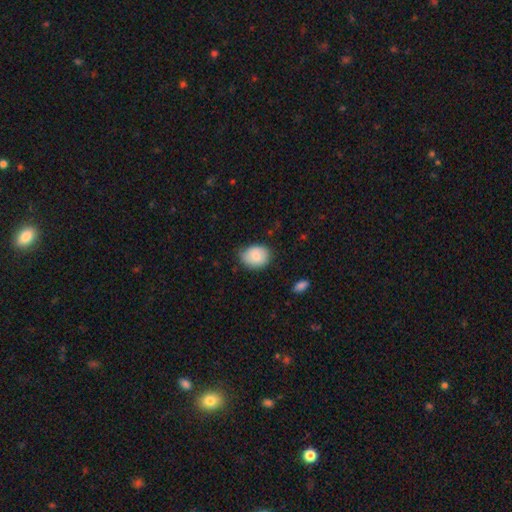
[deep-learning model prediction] A smooth galaxy with no disk features (77%) that is round (51%).

Vote fractions:
- Smooth or featured? smooth: 77% / featured or disk: 16% / star or artifact: 7%
- How rounded? round: 51% / in between: 48% / cigar-shaped: 1%
- Merging? none: 69% / minor disturbance: 26% / major disturbance: 4% / merger: 1%